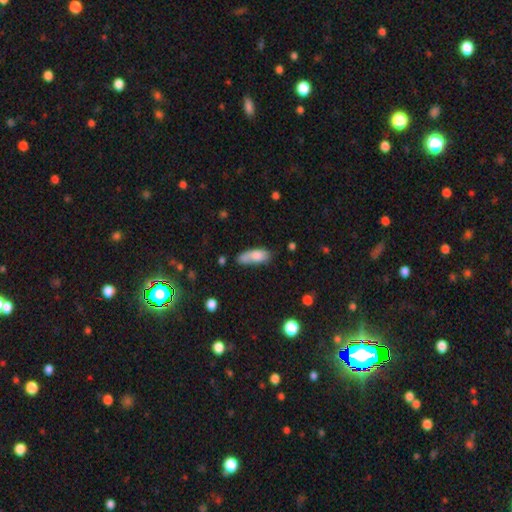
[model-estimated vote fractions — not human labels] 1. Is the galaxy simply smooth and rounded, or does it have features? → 77% smooth, 15% featured or disk, 8% star or artifact.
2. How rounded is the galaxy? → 69% in between, 28% cigar-shaped, 3% round.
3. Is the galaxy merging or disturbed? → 43% none, 30% minor disturbance, 15% merger, 13% major disturbance.